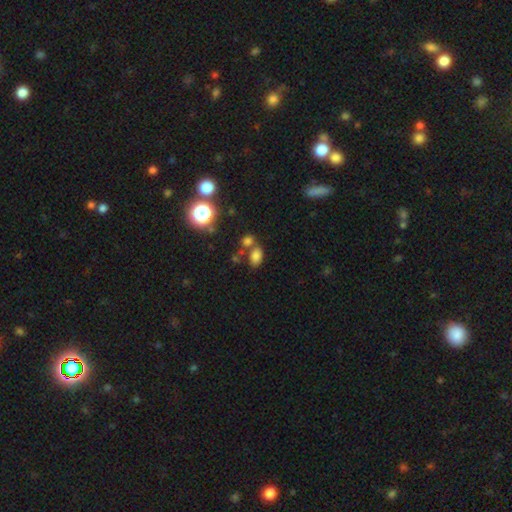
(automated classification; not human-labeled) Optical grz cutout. It shows a smooth galaxy with no disk features (74%) that is in between round and cigar-shaped (81%). Merging: none (54%).